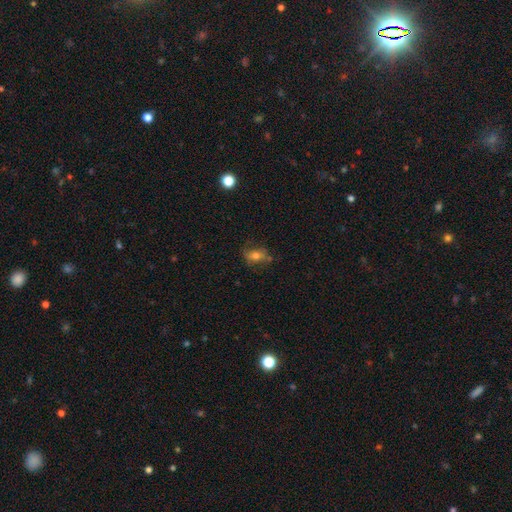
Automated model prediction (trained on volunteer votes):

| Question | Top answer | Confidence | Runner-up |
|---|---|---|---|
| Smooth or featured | smooth | 60% | featured or disk (27%) |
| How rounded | in between | 74% | round (19%) |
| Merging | none | 62% | minor disturbance (23%) |